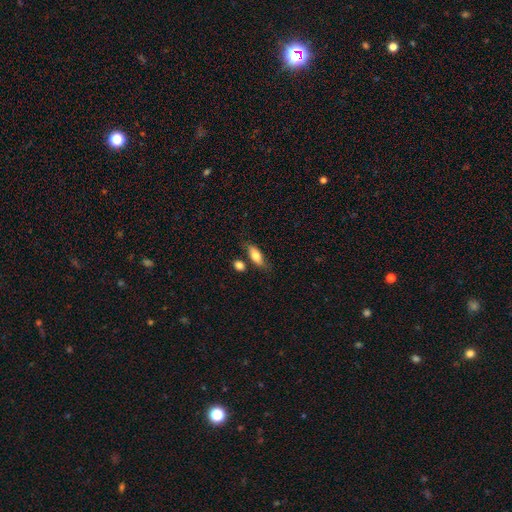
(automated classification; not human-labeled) smooth-or-featured: smooth: 75% | featured or disk: 18% | star or artifact: 7%
  how-rounded: in between: 78% | cigar-shaped: 18% | round: 4%
  merging: none: 68% | minor disturbance: 18% | merger: 10% | major disturbance: 5%